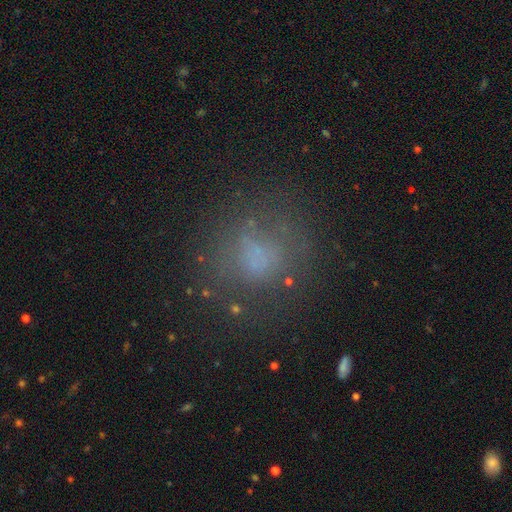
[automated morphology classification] Overall: smooth (54%; star or artifact 25%). How rounded: round (79%). Merging: none (68%).